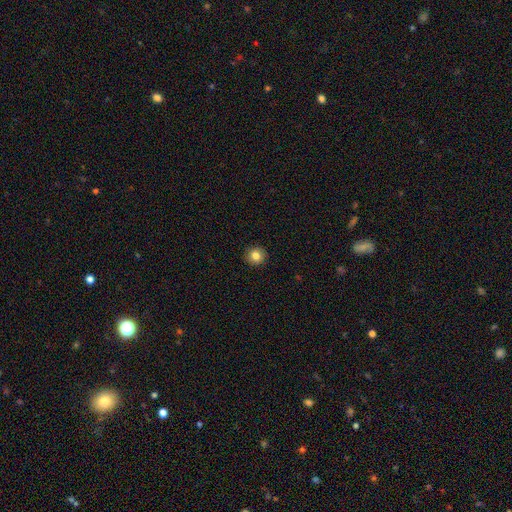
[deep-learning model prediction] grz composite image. It shows a smooth galaxy with no disk features (83%) that is round (92%). Merging: none (92%).